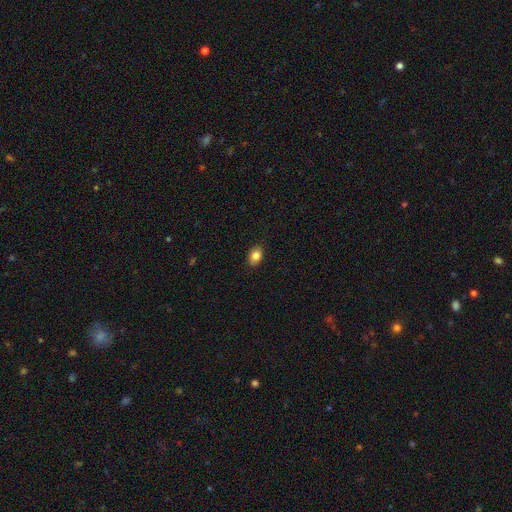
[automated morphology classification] This is clearly a smooth galaxy (85%). How rounded: likely in between (79%). Merging: clearly none (87%).